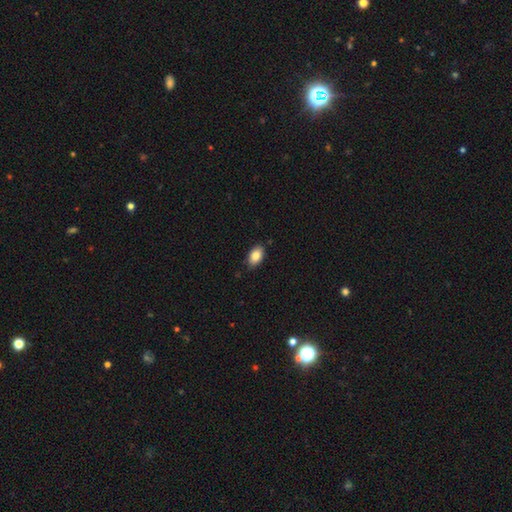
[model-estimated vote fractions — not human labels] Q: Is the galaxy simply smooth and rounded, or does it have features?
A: smooth — 86%.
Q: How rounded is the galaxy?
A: in between — 92%.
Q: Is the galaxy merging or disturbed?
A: none — 84%.